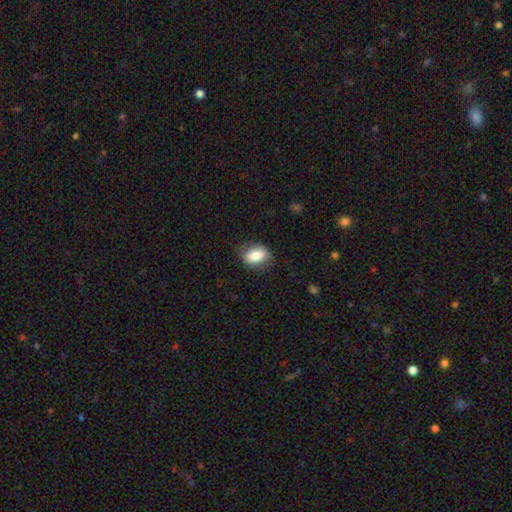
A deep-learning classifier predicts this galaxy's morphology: Smooth or featured?
  - smooth: 82% *
  - featured or disk: 11%
  - star or artifact: 7%
How rounded?
  - in between: 80% *
  - round: 18%
  - cigar-shaped: 2%
Merging?
  - none: 77% *
  - minor disturbance: 17%
  - major disturbance: 5%
  - merger: 1%